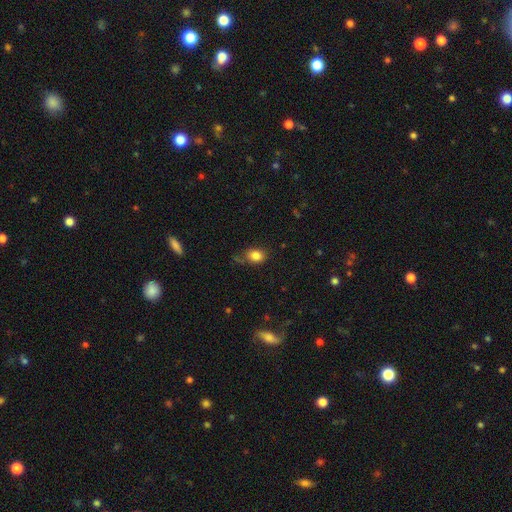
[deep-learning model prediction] Smooth or featured? smooth (83%)
How rounded? in between (65%)
Merging? none (64%)